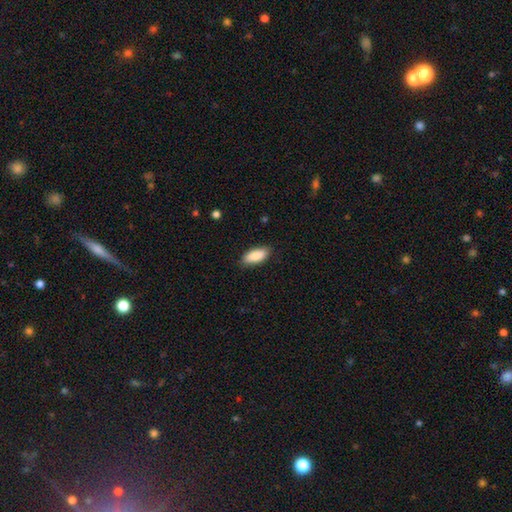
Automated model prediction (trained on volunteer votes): smooth-or-featured: smooth: 88% | featured or disk: 6% | star or artifact: 6%
  how-rounded: in between: 85% | cigar-shaped: 13% | round: 2%
  merging: none: 86% | minor disturbance: 11% | major disturbance: 2% | merger: 1%